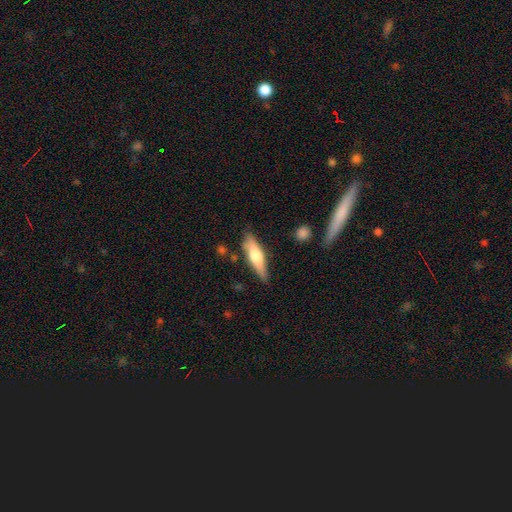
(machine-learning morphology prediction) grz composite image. It shows a smooth galaxy with no disk features (51%) that is cigar-shaped (70%). Merging: none (79%).